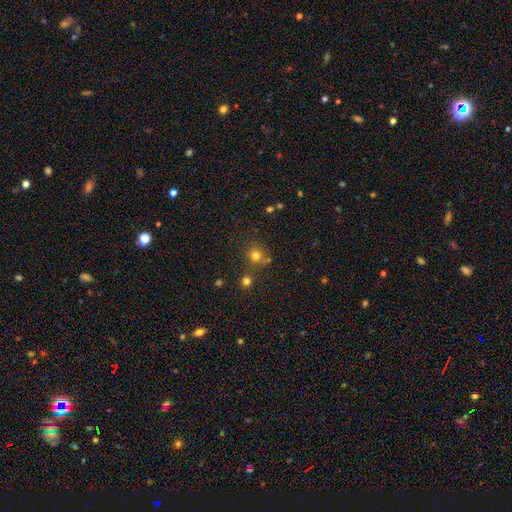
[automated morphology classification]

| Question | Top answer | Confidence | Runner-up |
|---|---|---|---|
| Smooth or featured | smooth | 73% | star or artifact (19%) |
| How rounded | round | 89% | in between (10%) |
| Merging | none | 70% | merger (16%) |